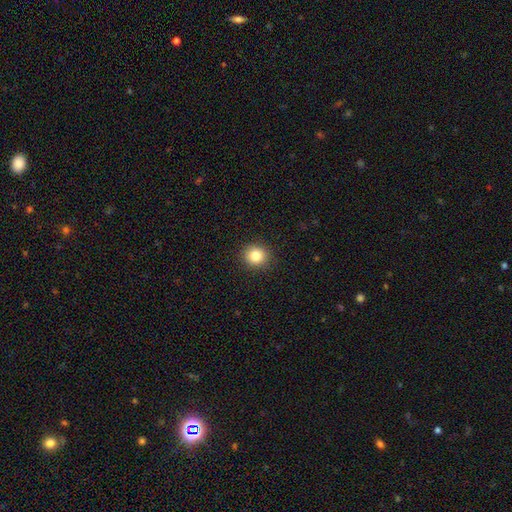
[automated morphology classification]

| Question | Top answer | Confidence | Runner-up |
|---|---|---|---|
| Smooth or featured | smooth | 83% | star or artifact (11%) |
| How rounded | round | 86% | in between (14%) |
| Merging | none | 91% | minor disturbance (6%) |